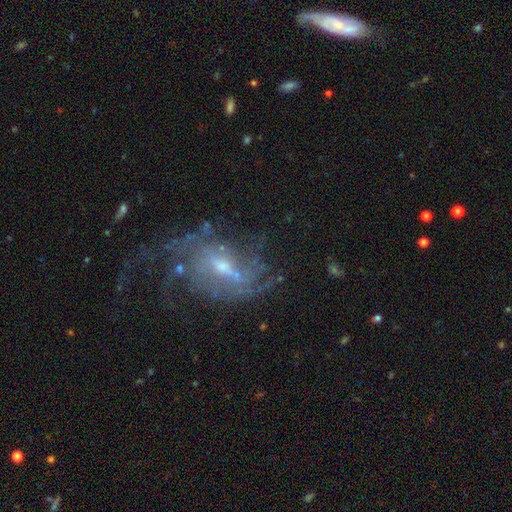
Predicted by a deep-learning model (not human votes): smooth-or-featured: featured or disk: 80% | star or artifact: 10% | smooth: 10%
  disk-edge-on: no: 93% | yes: 7%
    bar: weak: 51% | no: 26% | strong: 23%
    has-spiral-arms: yes: 85% | no: 15%
      spiral-winding: loose: 42% | medium: 36% | tight: 22%
      spiral-arm-count: can't tell: 37% | 2: 29% | 3: 13% | 1: 8% | 4: 8% | more than 4: 6%
    bulge-size: moderate: 49% | small: 41% | none: 5% | large: 4% | dominant: 1%
  merging: none: 49% | major disturbance: 29% | minor disturbance: 18% | merger: 4%